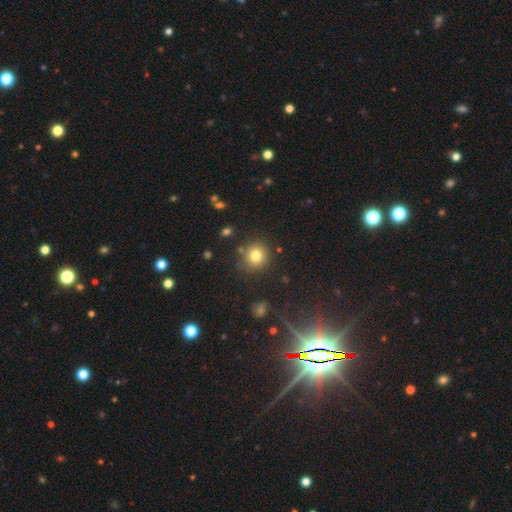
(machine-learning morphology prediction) Q: Smooth or featured?
A: smooth (79%); runner-up: star or artifact (13%)
Q: How rounded?
A: round (91%); runner-up: in between (9%)
Q: Merging?
A: none (83%); runner-up: minor disturbance (9%)